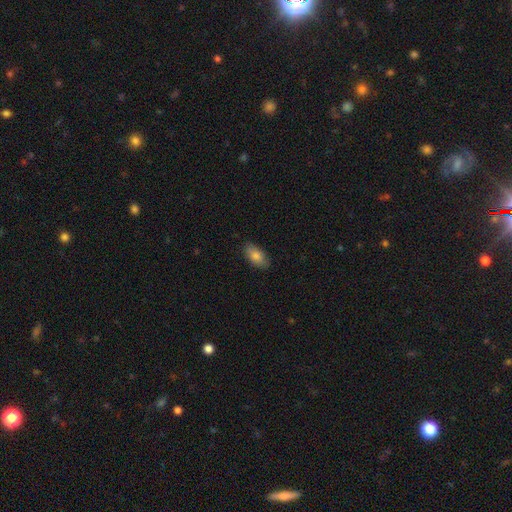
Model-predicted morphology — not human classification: A smooth galaxy with no disk features (83%) that is in between round and cigar-shaped (91%). Merging: none (84%).